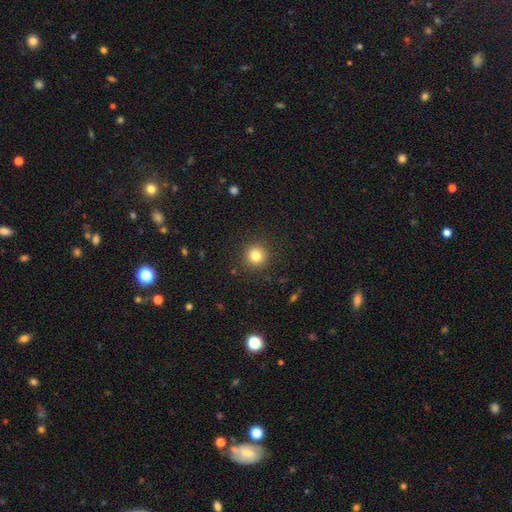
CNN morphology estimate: smooth_or_featured: smooth (p=0.82) [alt: star or artifact p=0.12]
how_rounded: round (p=0.94) [alt: in between p=0.05]
merging: none (p=0.91) [alt: minor disturbance p=0.06]